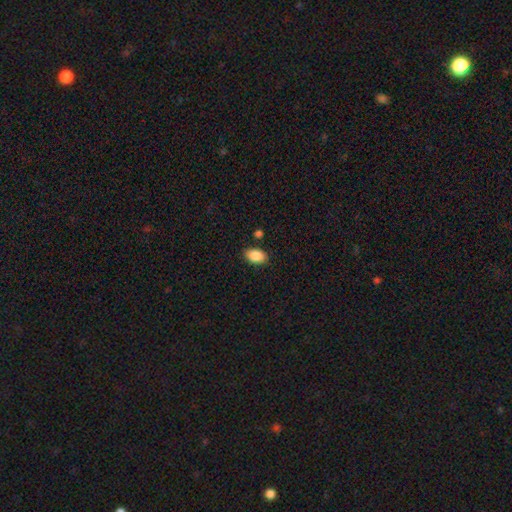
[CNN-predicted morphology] Q: Smooth or featured?
A: smooth (88%); runner-up: star or artifact (7%)
Q: How rounded?
A: in between (90%); runner-up: round (8%)
Q: Merging?
A: none (85%); runner-up: minor disturbance (10%)